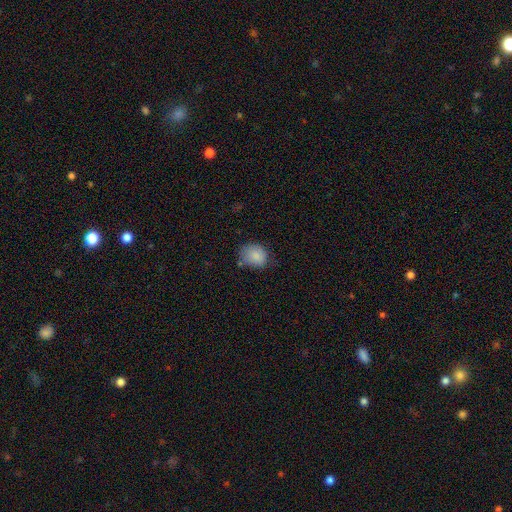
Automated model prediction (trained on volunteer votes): This appears to be a smooth galaxy with no disk features (84%) that is round (57%). Merging: none (61%).